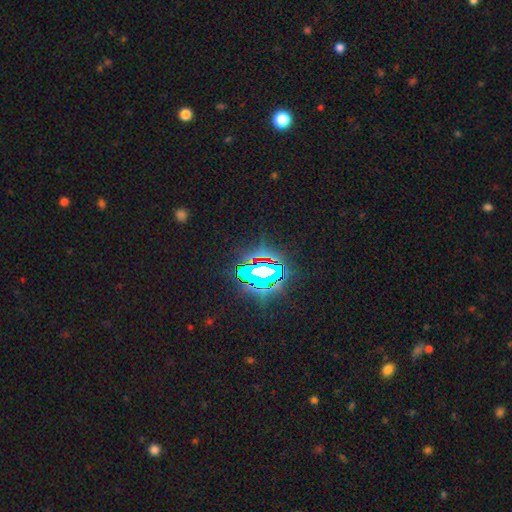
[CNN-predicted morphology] The model was most divided on "smooth or featured": star or artifact: 85%, smooth: 9%, featured or disk: 6%.